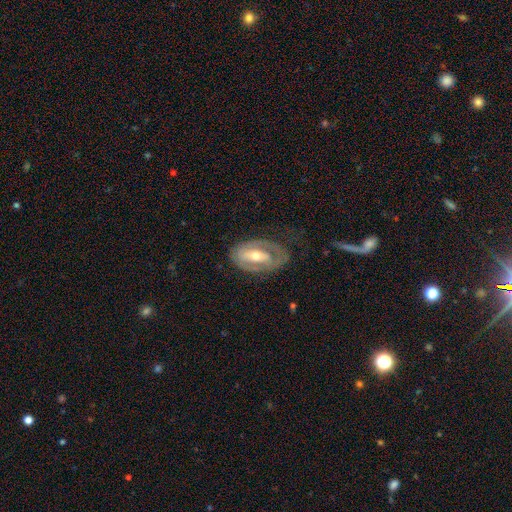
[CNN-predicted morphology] Q: Smooth or featured?
A: featured or disk (77%); runner-up: smooth (18%)
Q: Edge-on disk?
A: no (93%); runner-up: yes (7%)
Q: Bar?
A: strong (36%); runner-up: weak (35%)
Q: Spiral arms?
A: yes (70%); runner-up: no (30%)
Q: Spiral winding?
A: tight (54%); runner-up: medium (32%)
Q: Spiral arm count?
A: 2 (51%); runner-up: 1 (22%)
Q: Bulge size?
A: moderate (65%); runner-up: small (29%)
Q: Merging?
A: none (58%); runner-up: minor disturbance (23%)